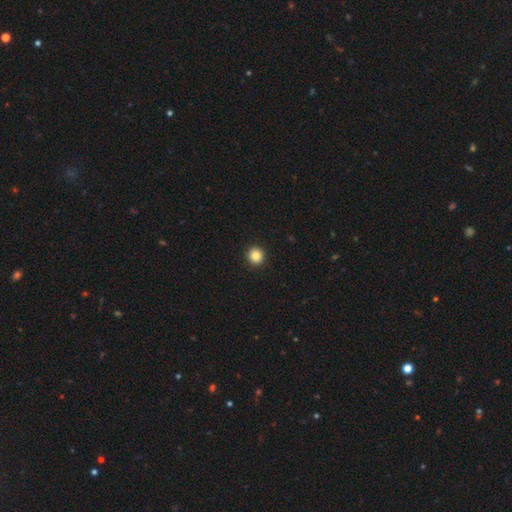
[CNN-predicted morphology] smooth 85%, star or artifact 10%, featured or disk 5%. Down the decision tree: how rounded — round (92%); merging — none (94%).